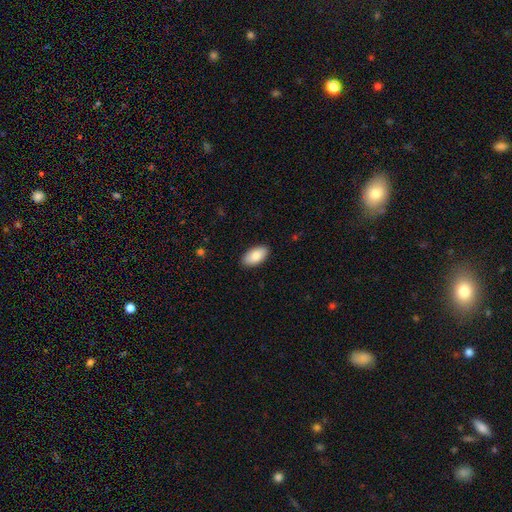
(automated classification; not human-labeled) Morphology: type=smooth (87%); roundness=in between (95%); merging=none (89%).